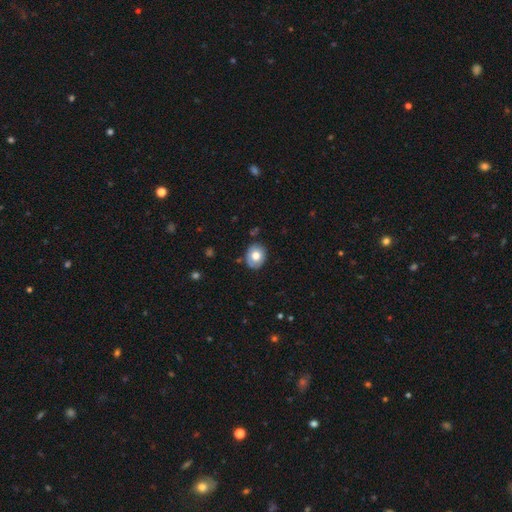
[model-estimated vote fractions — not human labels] Smooth or featured?
  - smooth: 73% *
  - featured or disk: 19%
  - star or artifact: 8%
How rounded?
  - round: 60% *
  - in between: 40%
  - cigar-shaped: 1%
Merging?
  - none: 82% *
  - minor disturbance: 13%
  - major disturbance: 3%
  - merger: 2%